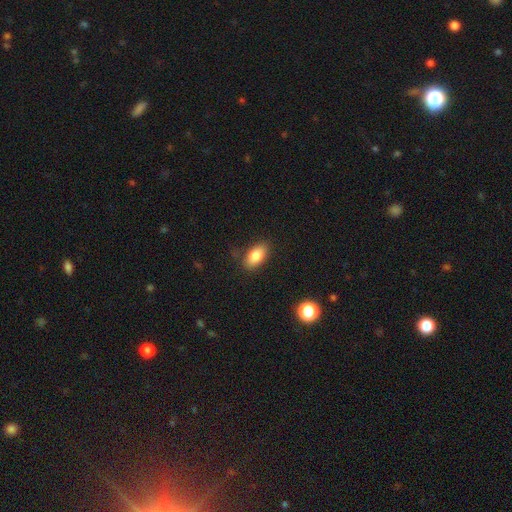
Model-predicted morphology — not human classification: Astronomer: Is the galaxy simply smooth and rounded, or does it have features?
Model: smooth — 81%.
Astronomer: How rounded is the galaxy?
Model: in between — 89%.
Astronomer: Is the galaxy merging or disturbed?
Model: none — 83%.